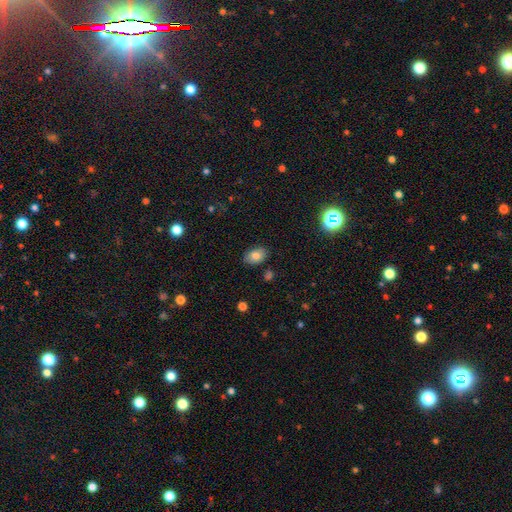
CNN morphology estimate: This is likely a smooth galaxy (80%). How rounded: clearly in between (88%). Merging: clearly none (85%).